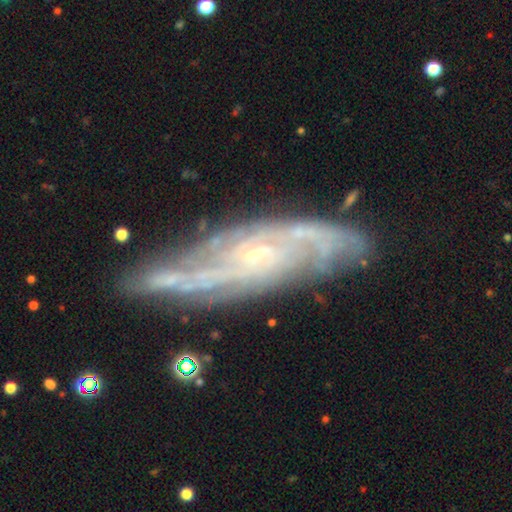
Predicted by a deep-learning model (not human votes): This appears to be a featured or disk galaxy (87%) with no bar (60%), 2 (39%) tight (43%) spiral arms (96%) and a small central bulge (81%). Merging: none (76%).